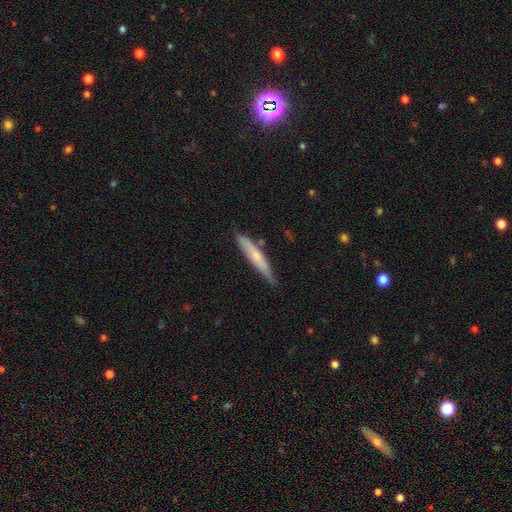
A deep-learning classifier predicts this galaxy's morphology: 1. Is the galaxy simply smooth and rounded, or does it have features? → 57% smooth, 37% featured or disk, 6% star or artifact.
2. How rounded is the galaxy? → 92% cigar-shaped, 7% in between, 1% round.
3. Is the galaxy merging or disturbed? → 74% none, 20% minor disturbance, 3% merger, 3% major disturbance.